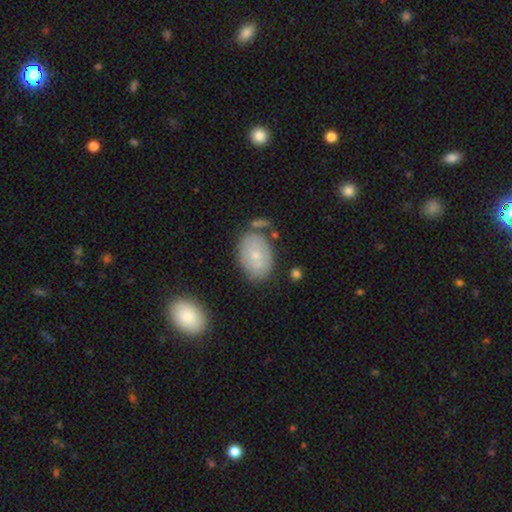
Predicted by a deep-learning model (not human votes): Smooth or featured?
  - smooth: 64% *
  - featured or disk: 29%
  - star or artifact: 8%
How rounded?
  - in between: 82% *
  - round: 17%
  - cigar-shaped: 1%
Merging?
  - none: 64% *
  - minor disturbance: 20%
  - merger: 9%
  - major disturbance: 6%